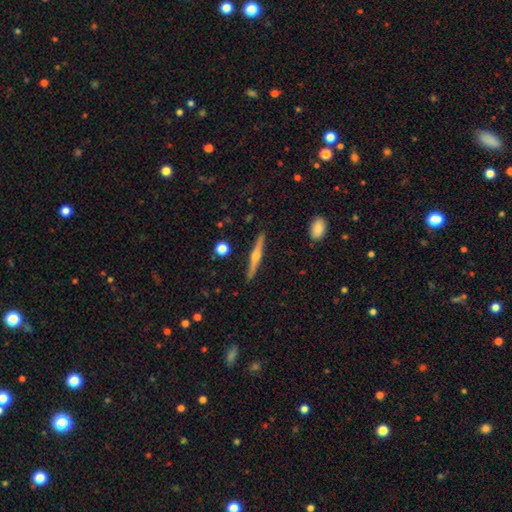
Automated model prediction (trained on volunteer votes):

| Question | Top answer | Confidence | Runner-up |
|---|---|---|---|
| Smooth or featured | featured or disk | 74% | smooth (20%) |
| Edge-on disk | yes | 98% | no (2%) |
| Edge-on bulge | rounded | 92% | none (4%) |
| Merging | none | 91% | minor disturbance (7%) |